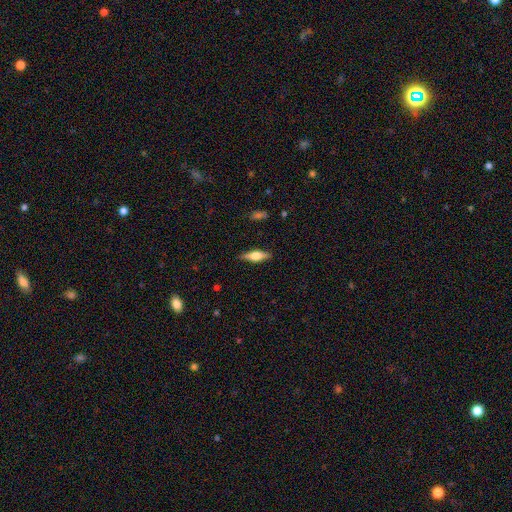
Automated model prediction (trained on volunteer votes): Morphology: type=smooth (48%); merging=none (87%).